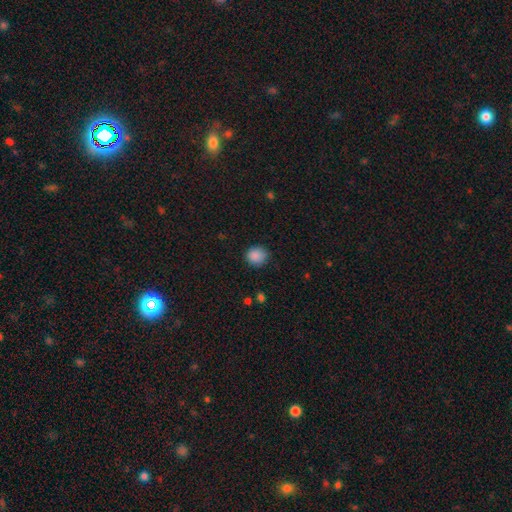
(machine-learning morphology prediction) Smooth or featured? Predicted: smooth (p=0.88). How rounded? Predicted: round (p=0.85). Merging? Predicted: none (p=0.84).